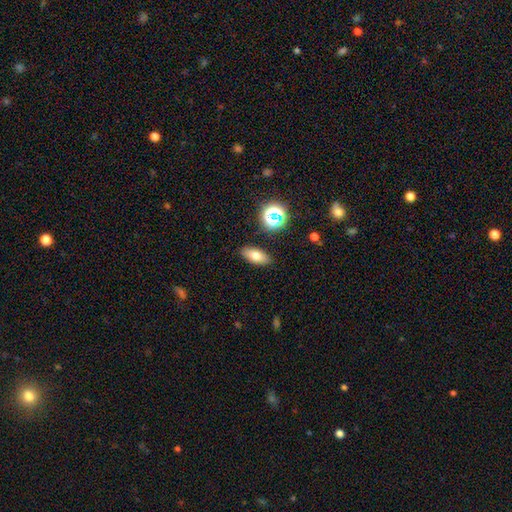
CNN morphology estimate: This appears to be a smooth galaxy with no disk features (72%) that is in between round and cigar-shaped (80%). Merging: none (87%).